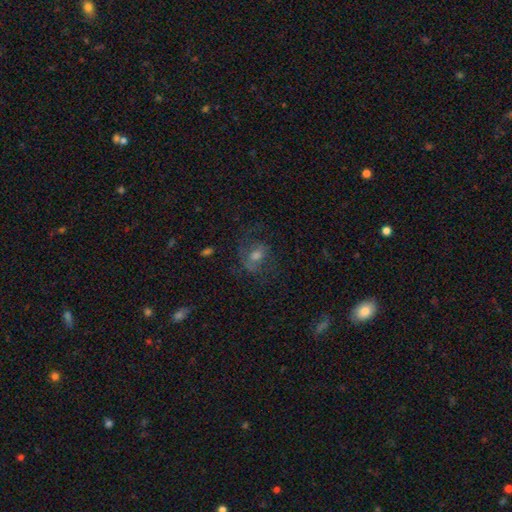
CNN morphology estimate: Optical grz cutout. It shows a featured or disk galaxy (45%). Merging: none (64%).